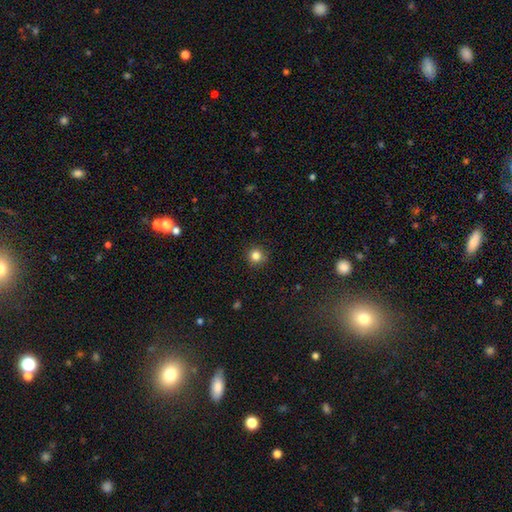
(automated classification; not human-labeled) Overall: smooth (82%). How rounded: round (94%). Merging: none (90%).